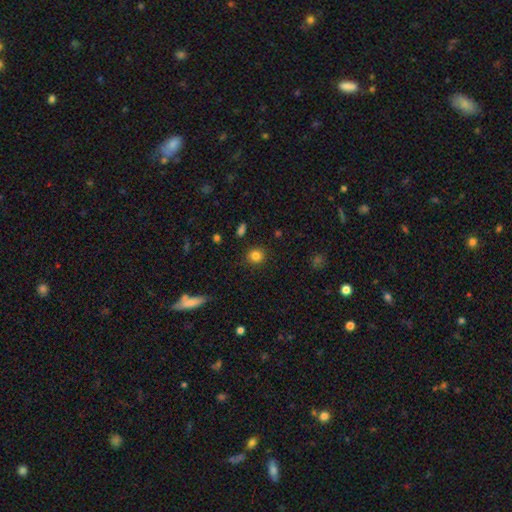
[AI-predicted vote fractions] Smooth or featured?
  - smooth: 83% *
  - star or artifact: 11%
  - featured or disk: 5%
How rounded?
  - round: 87% *
  - in between: 12%
  - cigar-shaped: 1%
Merging?
  - none: 88% *
  - minor disturbance: 8%
  - major disturbance: 2%
  - merger: 2%